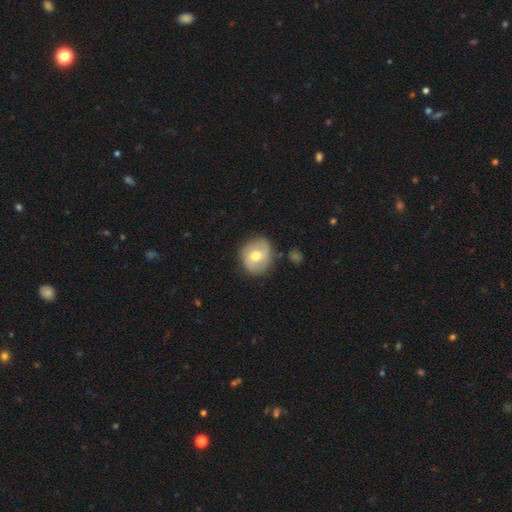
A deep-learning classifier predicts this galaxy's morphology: This is possibly a smooth galaxy (51%). How rounded: likely round (75%). Merging: likely none (76%).